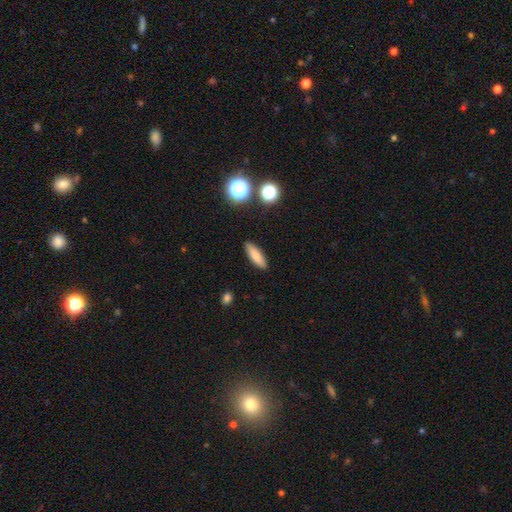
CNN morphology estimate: A smooth galaxy with no disk features (81%) that is cigar-shaped (54%).

Vote fractions:
- Smooth or featured? smooth: 81% / featured or disk: 11% / star or artifact: 9%
- How rounded? cigar-shaped: 54% / in between: 43% / round: 3%
- Merging? none: 88% / minor disturbance: 8% / major disturbance: 2% / merger: 1%